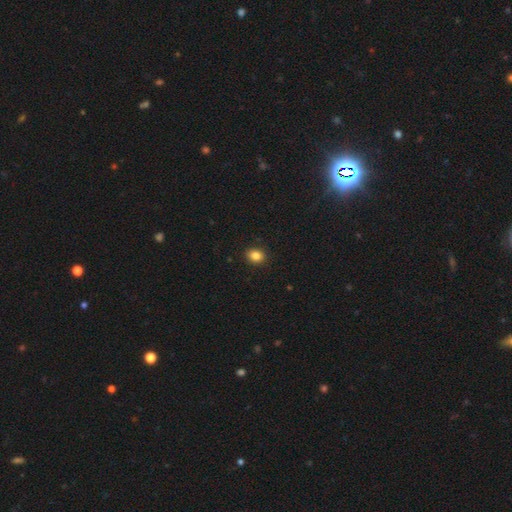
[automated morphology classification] Smooth or featured?
  - smooth: 85% *
  - star or artifact: 10%
  - featured or disk: 5%
How rounded?
  - round: 56% *
  - in between: 43%
  - cigar-shaped: 1%
Merging?
  - none: 90% *
  - minor disturbance: 7%
  - major disturbance: 2%
  - merger: 1%